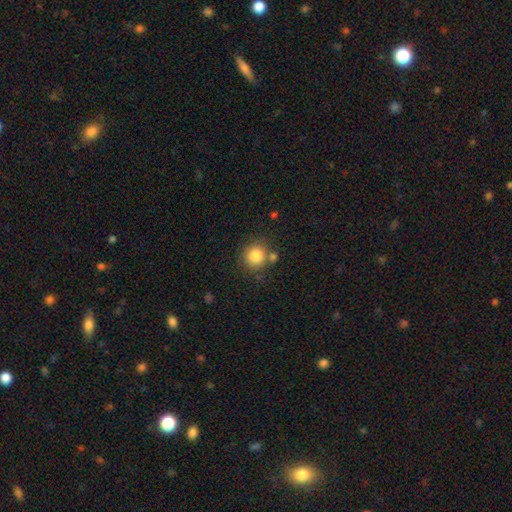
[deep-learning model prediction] smooth 84%, star or artifact 10%, featured or disk 6%. Down the decision tree: how rounded — round (89%); merging — none (72%).